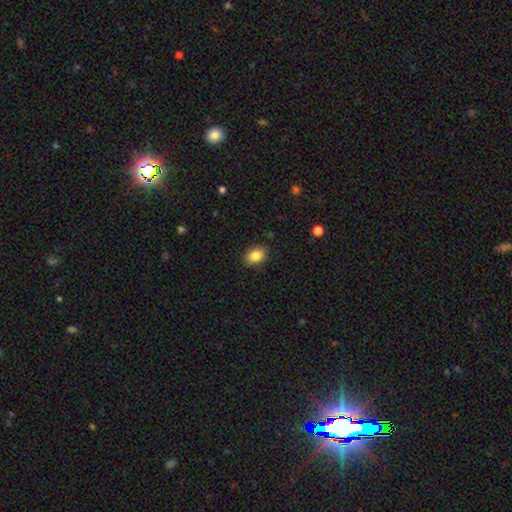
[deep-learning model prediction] Q: Smooth or featured?
A: smooth (85%); runner-up: star or artifact (9%)
Q: How rounded?
A: in between (72%); runner-up: round (27%)
Q: Merging?
A: none (87%); runner-up: minor disturbance (10%)